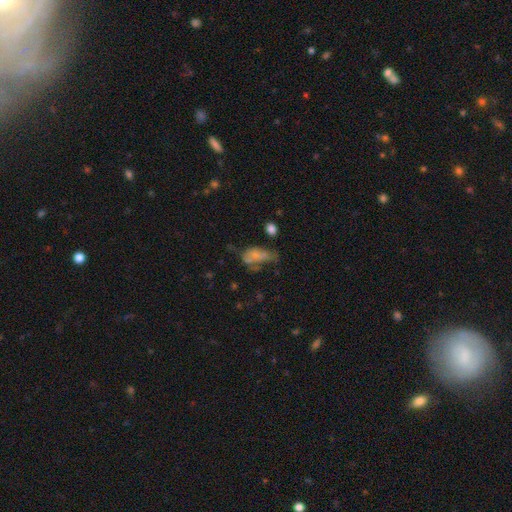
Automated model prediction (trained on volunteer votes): Q: Smooth or featured?
A: smooth (63%); runner-up: featured or disk (24%)
Q: How rounded?
A: in between (84%); runner-up: round (8%)
Q: Merging?
A: major disturbance (33%); runner-up: none (24%)